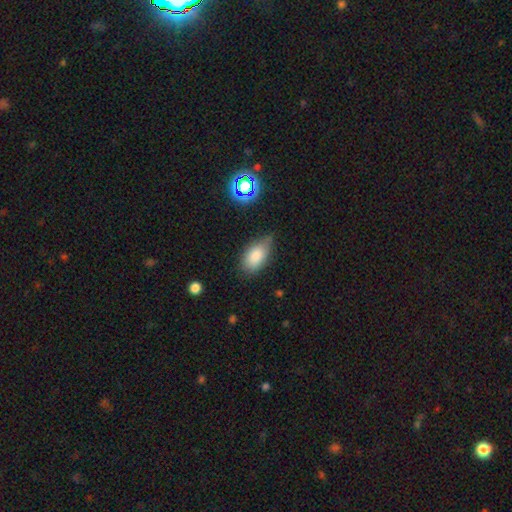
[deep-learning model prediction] Smooth or featured? Predicted: smooth (p=0.81). How rounded? Predicted: in between (p=0.91). Merging? Predicted: none (p=0.61).